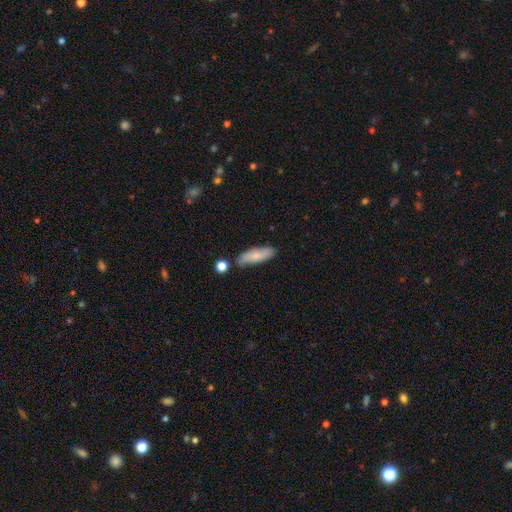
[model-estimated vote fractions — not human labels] Smooth or featured?
  - smooth: 75% *
  - featured or disk: 19%
  - star or artifact: 6%
How rounded?
  - in between: 57% *
  - cigar-shaped: 41%
  - round: 2%
Merging?
  - none: 73% *
  - minor disturbance: 17%
  - merger: 7%
  - major disturbance: 3%